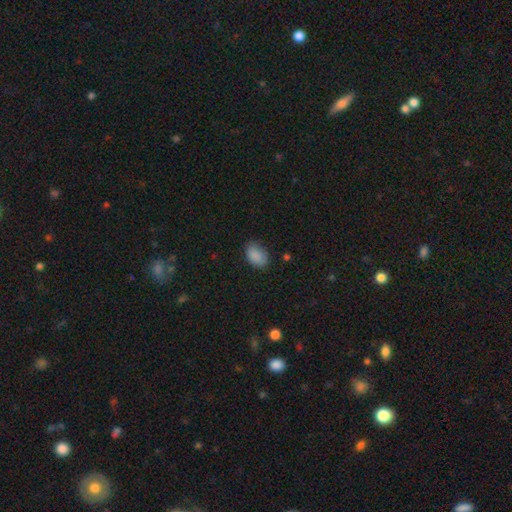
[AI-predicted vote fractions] Smooth or featured? smooth (87%)
How rounded? in between (86%)
Merging? none (72%)